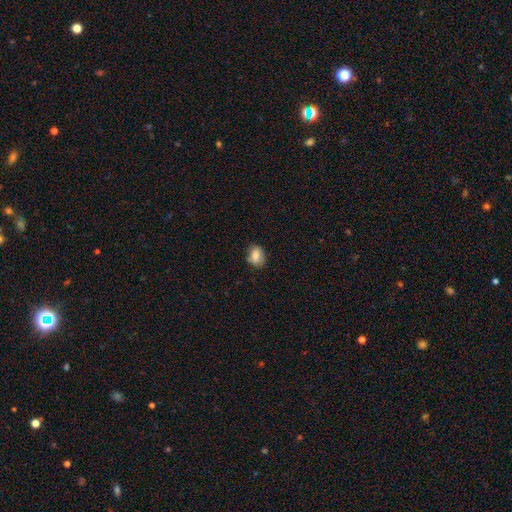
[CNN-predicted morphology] This appears to be a smooth galaxy with no disk features (82%) that is in between round and cigar-shaped (63%). Merging: none (75%).